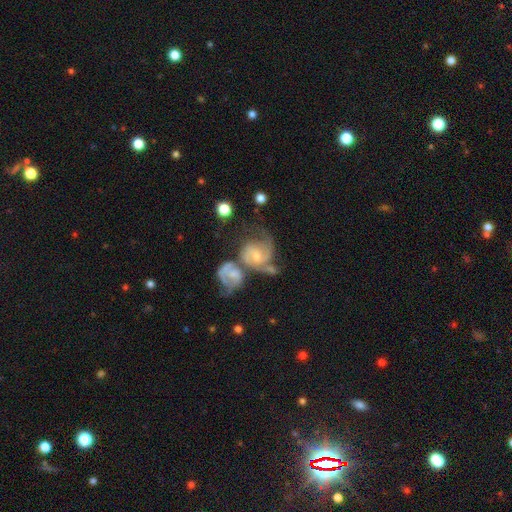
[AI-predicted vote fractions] Morphology: type=featured or disk (82%); edge-on=no (97%); bar=no (59%); spiral arms=yes (95%); winding=medium (48%); arm count=2 (62%); bulge=small (47%); merging=merger (55%).